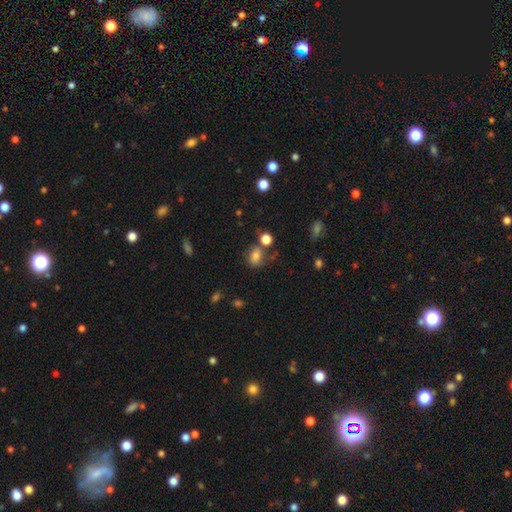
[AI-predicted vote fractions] This is likely a smooth galaxy (75%). How rounded: likely in between (61%). Merging: possibly none (55%).